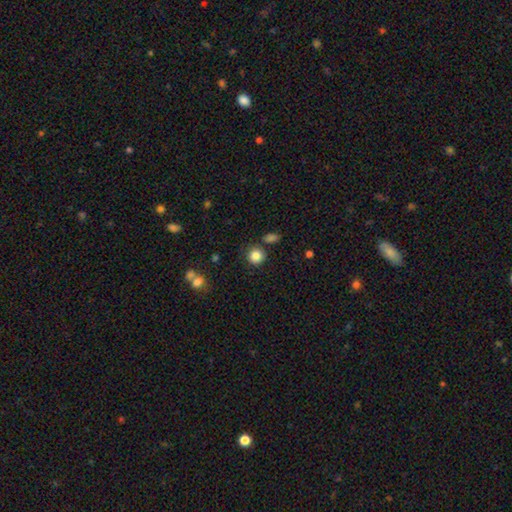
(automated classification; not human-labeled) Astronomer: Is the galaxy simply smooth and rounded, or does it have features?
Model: smooth — 85%.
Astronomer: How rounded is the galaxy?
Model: round — 90%.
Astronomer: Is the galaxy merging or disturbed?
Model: none — 80%.